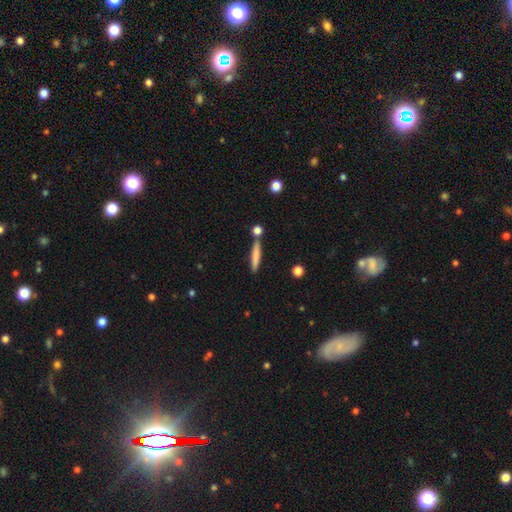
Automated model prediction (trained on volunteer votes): Smooth or featured? Predicted: smooth (p=0.75). How rounded? Predicted: cigar-shaped (p=0.92). Merging? Predicted: none (p=0.77).